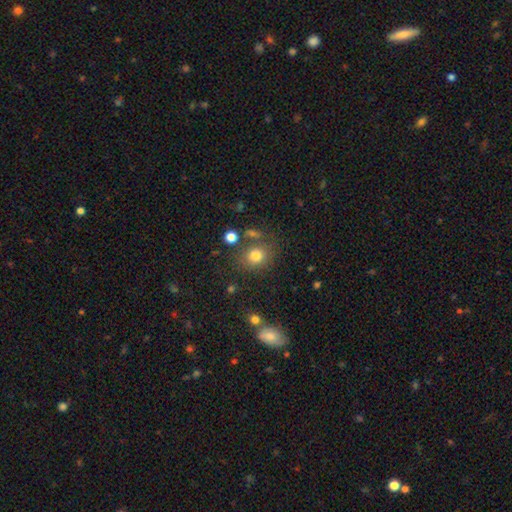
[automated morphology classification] A smooth galaxy with no disk features (78%) that is round (70%).

Vote fractions:
- Smooth or featured? smooth: 78% / star or artifact: 14% / featured or disk: 8%
- How rounded? round: 70% / in between: 29% / cigar-shaped: 1%
- Merging? none: 72% / minor disturbance: 13% / merger: 9% / major disturbance: 5%